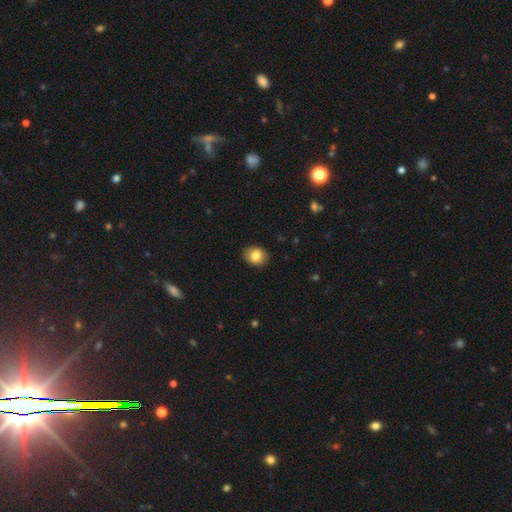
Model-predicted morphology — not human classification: Q: Smooth or featured?
A: smooth (83%); runner-up: featured or disk (9%)
Q: How rounded?
A: in between (56%); runner-up: round (43%)
Q: Merging?
A: none (89%); runner-up: minor disturbance (8%)